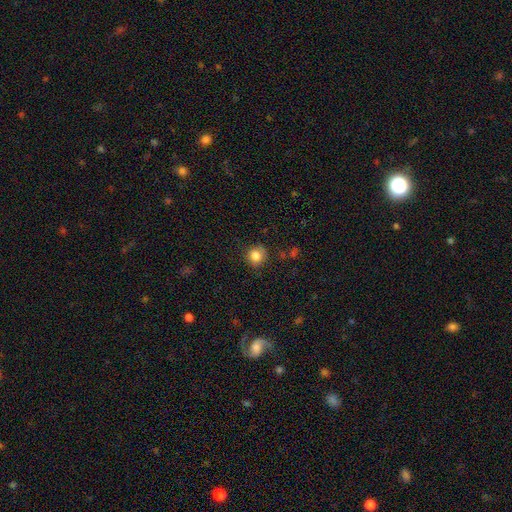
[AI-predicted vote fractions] This appears to be a smooth galaxy with no disk features (83%) that is round (86%). Merging: none (80%).